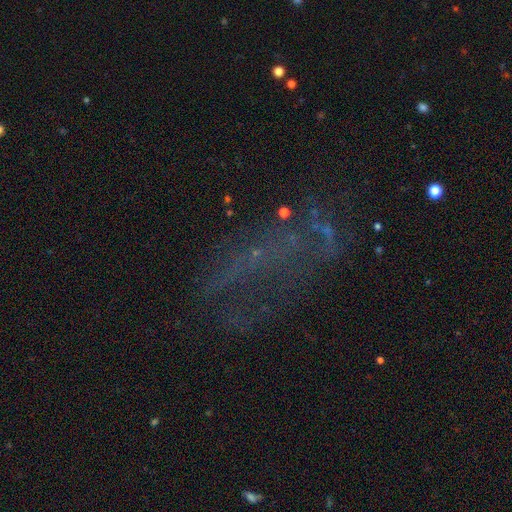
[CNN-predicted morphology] The model was most divided on "smooth or featured": featured or disk: 44%, star or artifact: 37%, smooth: 19%. Remaining: merging — none (44%).